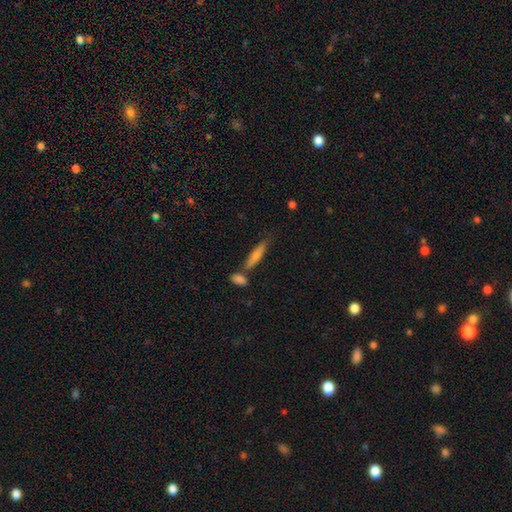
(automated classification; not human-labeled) Smooth or featured? Predicted: smooth (p=0.46). Merging? Predicted: none (p=0.63).